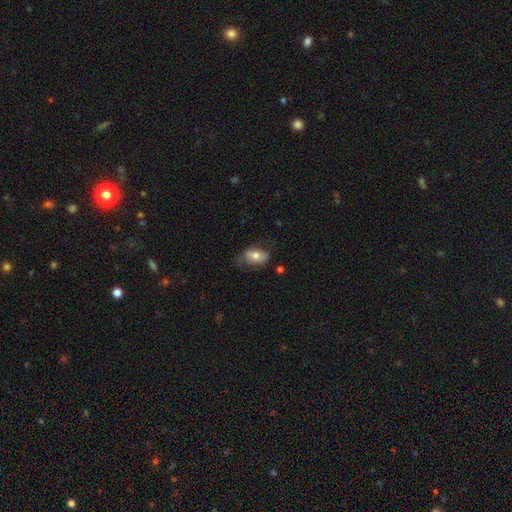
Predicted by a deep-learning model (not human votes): smooth_or_featured: smooth (p=0.67) [alt: featured or disk p=0.26]
how_rounded: in between (p=0.86) [alt: round p=0.11]
merging: none (p=0.61) [alt: minor disturbance p=0.26]